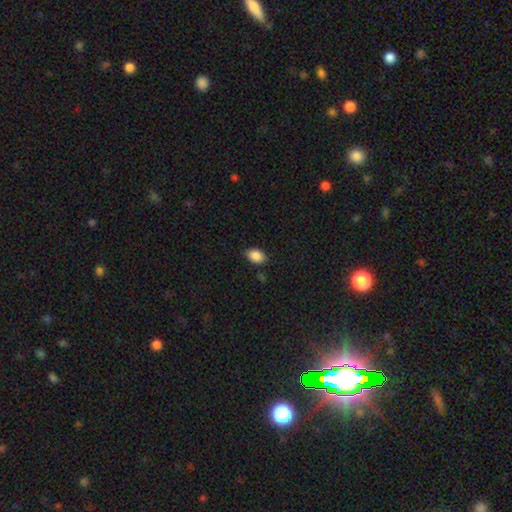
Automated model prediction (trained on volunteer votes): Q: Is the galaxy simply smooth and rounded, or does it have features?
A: smooth — 88%.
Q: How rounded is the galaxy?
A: in between — 84%.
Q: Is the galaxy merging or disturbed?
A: none — 84%.